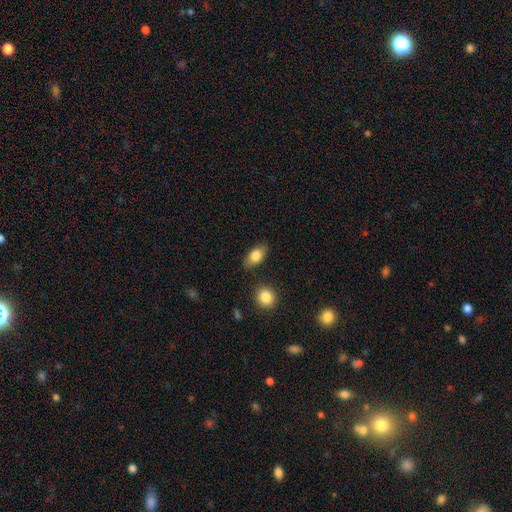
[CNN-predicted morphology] This is likely a smooth galaxy (79%). How rounded: clearly in between (86%). Merging: clearly none (81%).